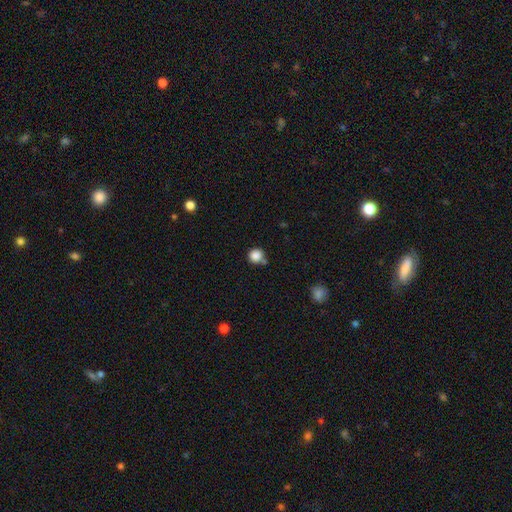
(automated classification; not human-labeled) A smooth galaxy with no disk features (85%) that is round (91%).

Vote fractions:
- Smooth or featured? smooth: 85% / star or artifact: 11% / featured or disk: 4%
- How rounded? round: 91% / in between: 8% / cigar-shaped: 1%
- Merging? none: 70% / merger: 14% / minor disturbance: 12% / major disturbance: 4%